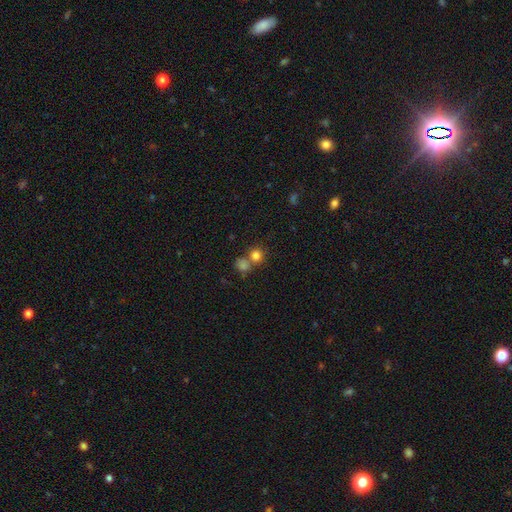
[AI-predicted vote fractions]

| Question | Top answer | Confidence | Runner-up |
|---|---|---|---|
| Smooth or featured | smooth | 80% | star or artifact (13%) |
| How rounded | round | 89% | in between (10%) |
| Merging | none | 57% | merger (32%) |